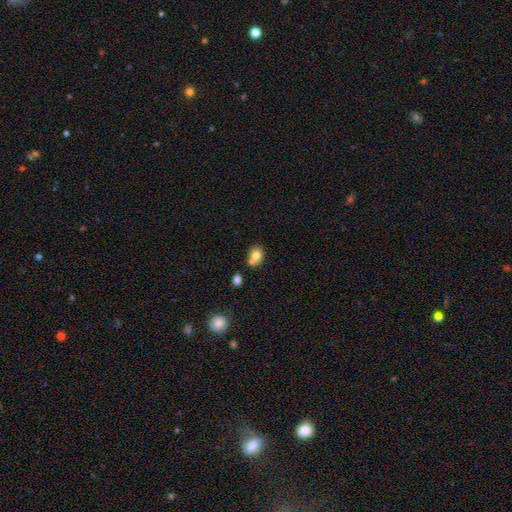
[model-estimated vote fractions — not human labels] Smooth or featured? smooth (75%)
How rounded? round (60%)
Merging? none (49%)